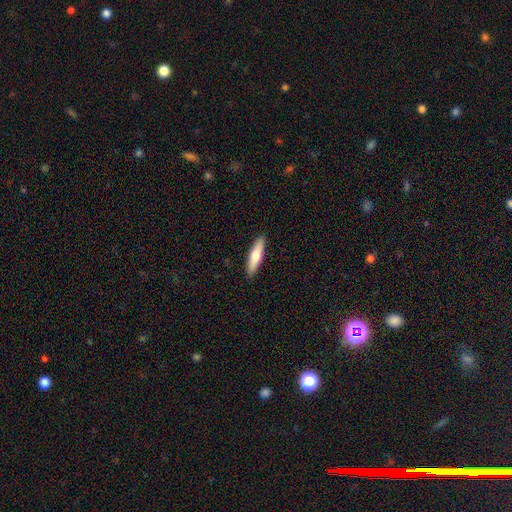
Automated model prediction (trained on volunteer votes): Smooth or featured?
  - smooth: 64% *
  - featured or disk: 31%
  - star or artifact: 5%
How rounded?
  - cigar-shaped: 72% *
  - in between: 26%
  - round: 2%
Merging?
  - none: 91% *
  - minor disturbance: 7%
  - major disturbance: 1%
  - merger: 1%